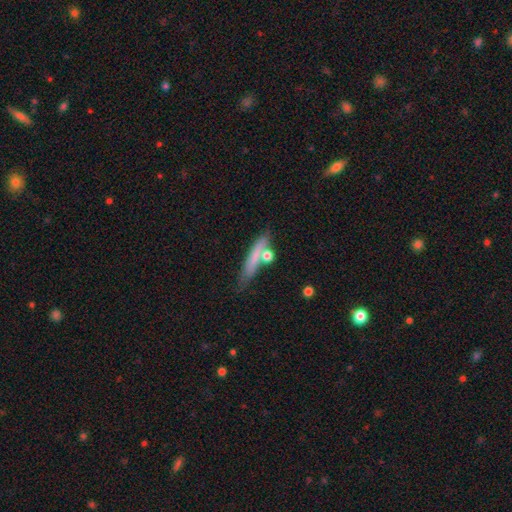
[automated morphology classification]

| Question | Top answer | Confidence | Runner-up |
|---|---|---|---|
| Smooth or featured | smooth | 65% | featured or disk (27%) |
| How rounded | cigar-shaped | 84% | in between (11%) |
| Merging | none | 63% | minor disturbance (18%) |